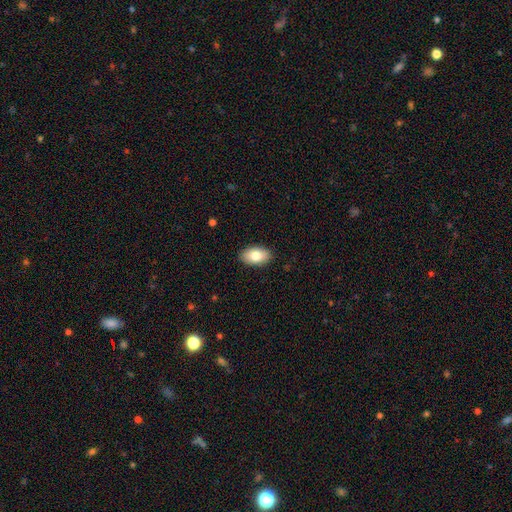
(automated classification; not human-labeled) Overall: smooth (81%). How rounded: in between (93%). Merging: none (89%).